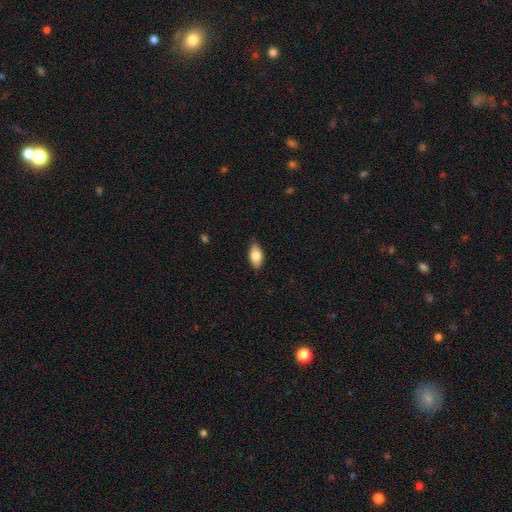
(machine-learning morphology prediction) smooth-or-featured: smooth: 78% | featured or disk: 15% | star or artifact: 7%
  how-rounded: in between: 90% | cigar-shaped: 6% | round: 4%
  merging: none: 84% | minor disturbance: 13% | major disturbance: 2% | merger: 1%